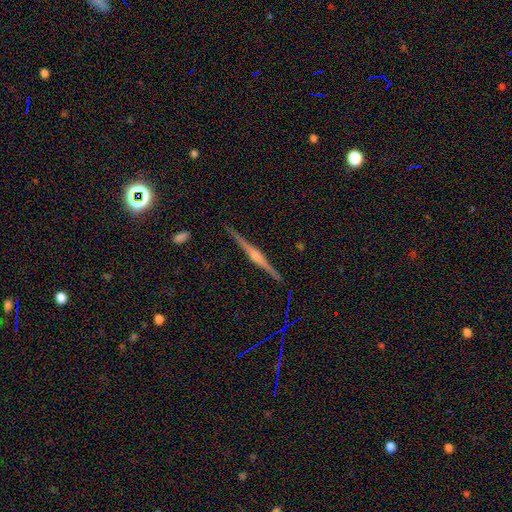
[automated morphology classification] Smooth or featured? featured or disk (84%)
Edge-on disk? yes (99%)
Edge-on bulge? rounded (83%)
Merging? none (92%)